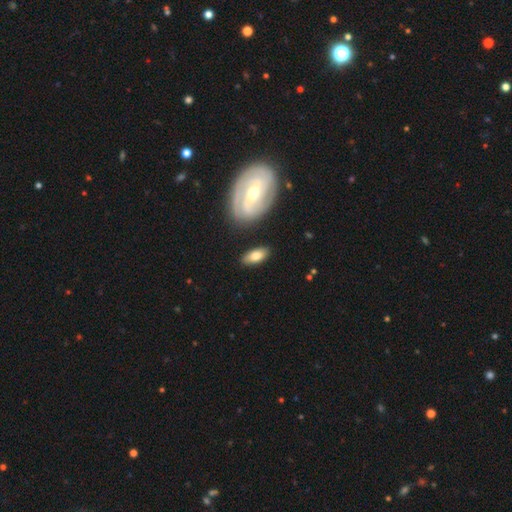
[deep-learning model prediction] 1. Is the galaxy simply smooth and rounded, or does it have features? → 70% smooth, 24% featured or disk, 6% star or artifact.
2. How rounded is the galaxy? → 86% in between, 10% cigar-shaped, 4% round.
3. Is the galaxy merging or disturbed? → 80% none, 13% minor disturbance, 4% merger, 3% major disturbance.